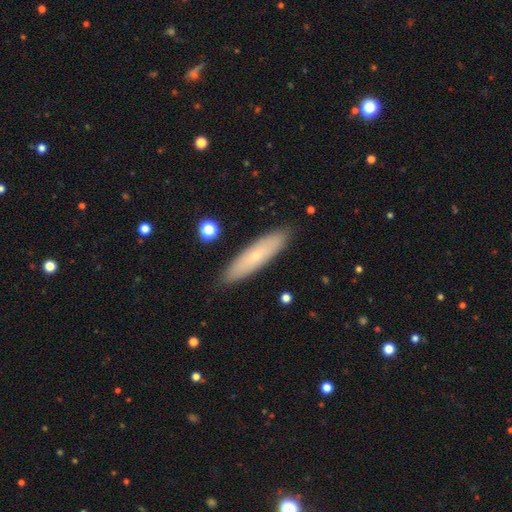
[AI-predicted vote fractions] Smooth or featured?
  - smooth: 60% *
  - featured or disk: 33%
  - star or artifact: 7%
How rounded?
  - cigar-shaped: 76% *
  - in between: 23%
  - round: 2%
Merging?
  - none: 89% *
  - minor disturbance: 9%
  - major disturbance: 2%
  - merger: 1%